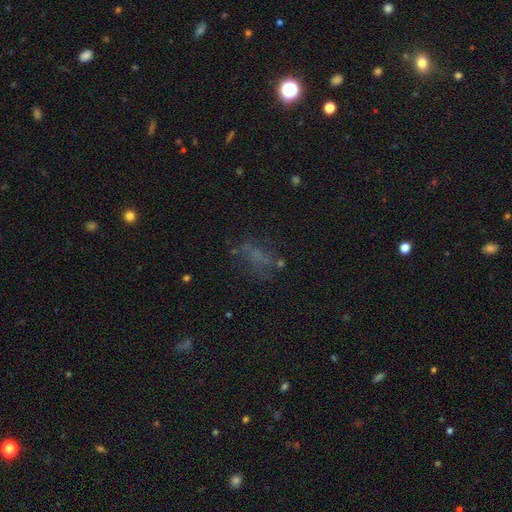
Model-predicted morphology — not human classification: smooth 43%, featured or disk 31%, star or artifact 25%. Down the decision tree: merging — none (50%).